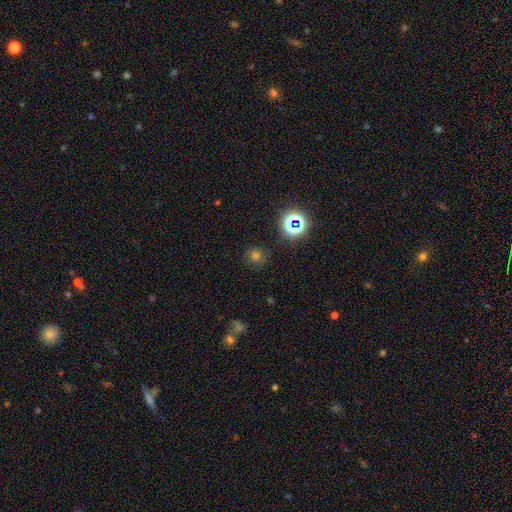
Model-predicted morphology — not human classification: The model was most divided on "smooth or featured": smooth: 62%, star or artifact: 30%, featured or disk: 8%. More confident: how rounded — round (86%); merging — none (82%).